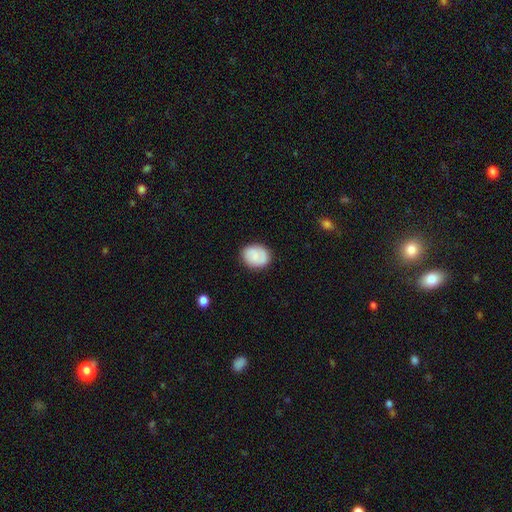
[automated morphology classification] smooth 74%, featured or disk 19%, star or artifact 7%. Down the decision tree: how rounded — round (57%); merging — none (81%).